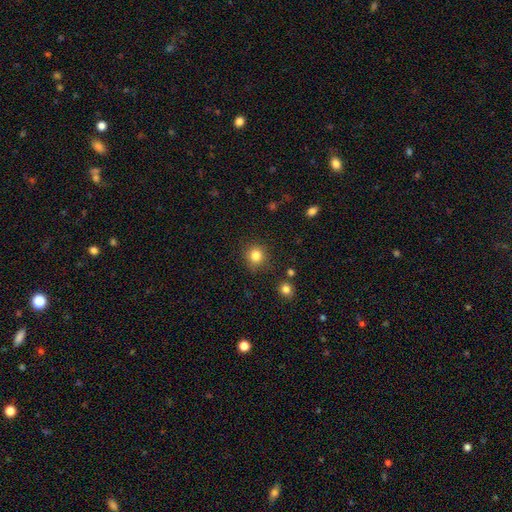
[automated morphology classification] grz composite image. It shows a smooth galaxy with no disk features (83%) that is round (88%). Merging: none (85%).